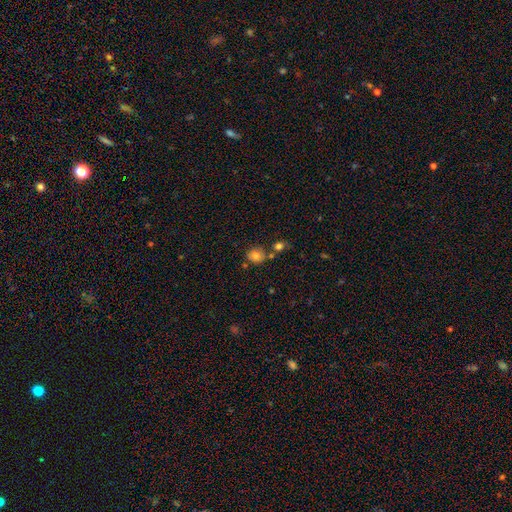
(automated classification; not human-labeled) Smooth or featured? smooth (80%)
How rounded? round (75%)
Merging? none (69%)